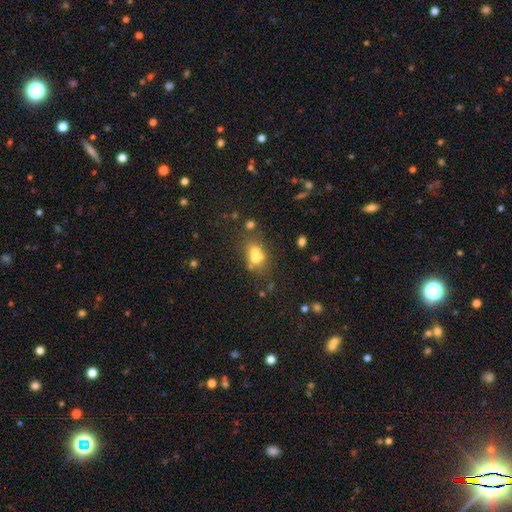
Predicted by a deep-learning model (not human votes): Smooth or featured? Predicted: smooth (p=0.57). How rounded? Predicted: round (p=0.59). Merging? Predicted: merger (p=0.53).